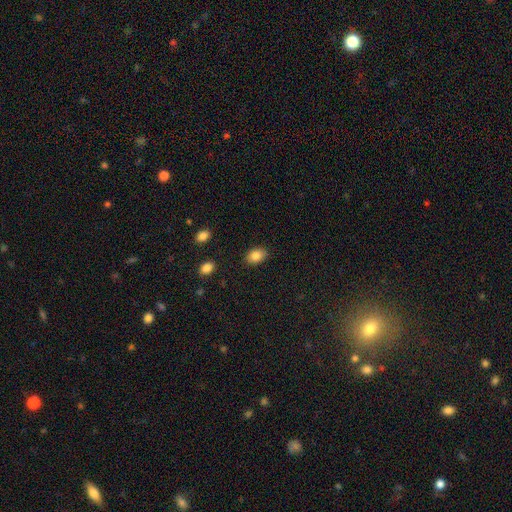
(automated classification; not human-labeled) This appears to be a smooth galaxy with no disk features (85%) that is in between round and cigar-shaped (82%). Merging: none (85%).